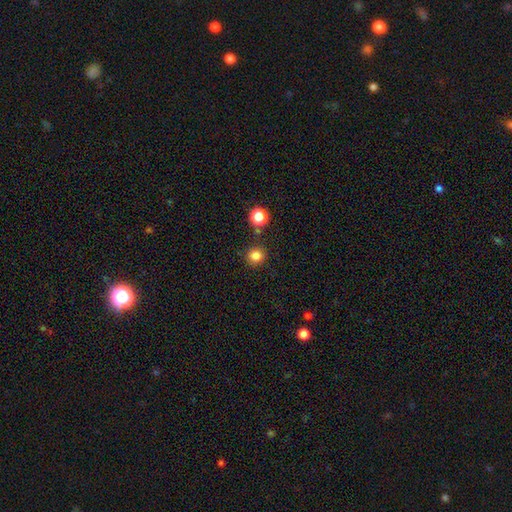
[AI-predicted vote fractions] Smooth or featured? Predicted: smooth (p=0.82). How rounded? Predicted: round (p=0.90). Merging? Predicted: none (p=0.86).